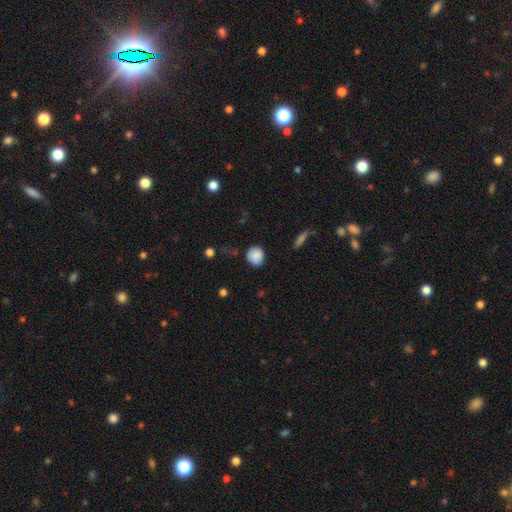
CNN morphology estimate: Overall: smooth (87%). How rounded: round (80%). Merging: none (78%).